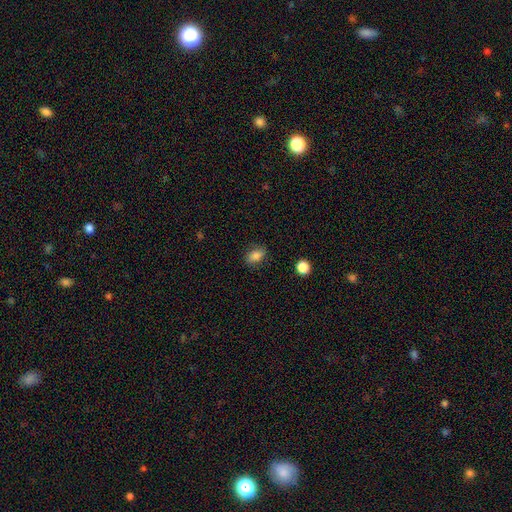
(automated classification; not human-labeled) A smooth galaxy with no disk features (82%) that is in between round and cigar-shaped (80%).

Vote fractions:
- Smooth or featured? smooth: 82% / star or artifact: 10% / featured or disk: 8%
- How rounded? in between: 80% / round: 17% / cigar-shaped: 3%
- Merging? none: 81% / minor disturbance: 14% / major disturbance: 3% / merger: 1%